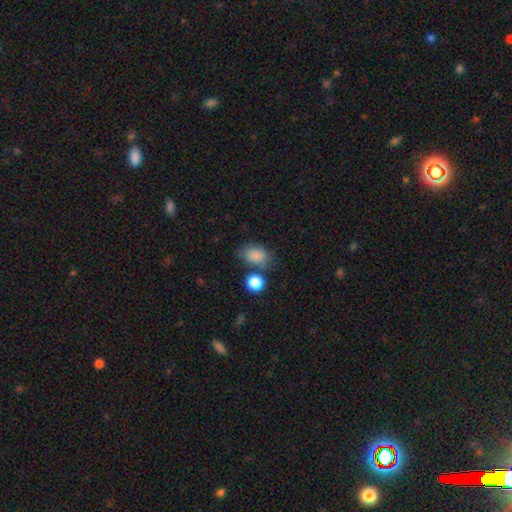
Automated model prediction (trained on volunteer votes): This is clearly a smooth galaxy (85%). How rounded: likely in between (76%). Merging: likely none (61%).